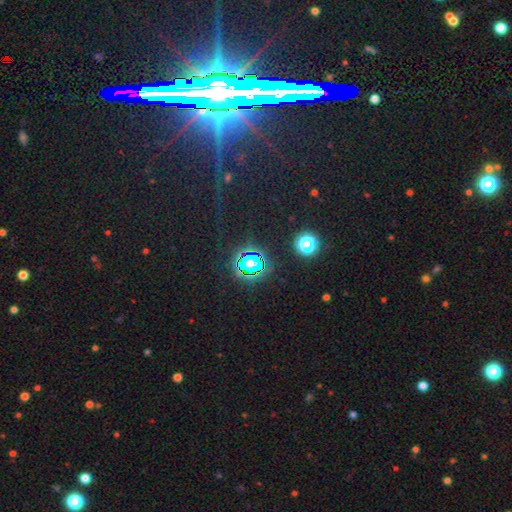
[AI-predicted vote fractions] A star or artifact, not a galaxy (81%).